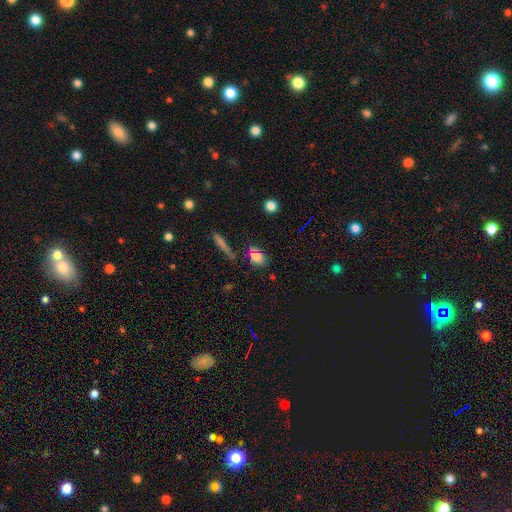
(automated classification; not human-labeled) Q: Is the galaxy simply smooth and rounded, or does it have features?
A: smooth — 70%.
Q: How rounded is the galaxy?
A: in between — 55%.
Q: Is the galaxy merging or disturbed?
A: none — 77%.